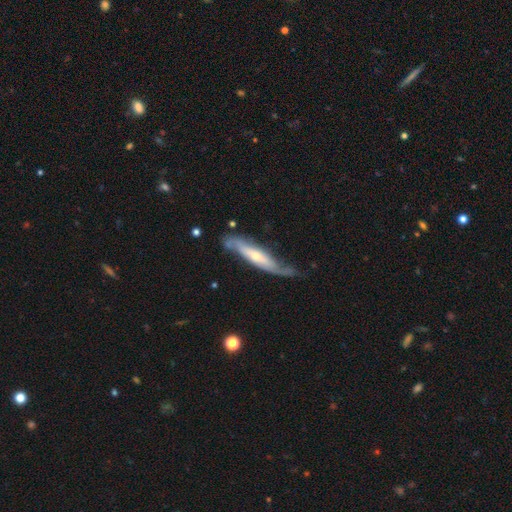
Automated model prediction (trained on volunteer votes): A featured or disk galaxy (69%) viewed edge-on (53%). Merging: none (56%).